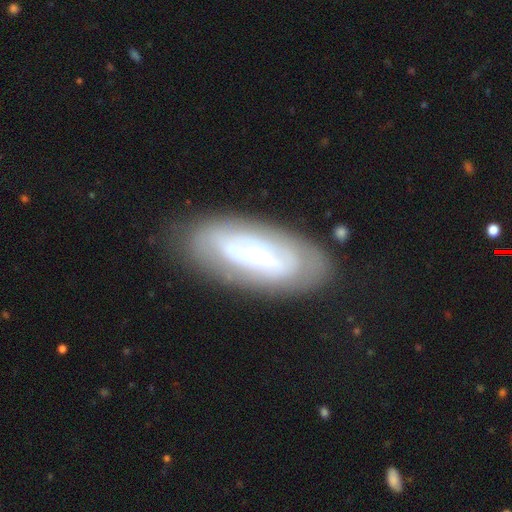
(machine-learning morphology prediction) A featured or disk galaxy (72%) with a strong bar (41%), spiral arms (63%) and a small central bulge (53%).

Vote fractions:
- Smooth or featured? featured or disk: 72% / smooth: 21% / star or artifact: 6%
- Edge-on disk? no: 87% / yes: 13%
- Bar? strong: 41% / weak: 35% / no: 24%
- Spiral arms? yes: 63% / no: 37%
- Bulge size? small: 53% / moderate: 38% / large: 5% / none: 2% / dominant: 1%
- Merging? none: 77% / minor disturbance: 16% / major disturbance: 6% / merger: 2%